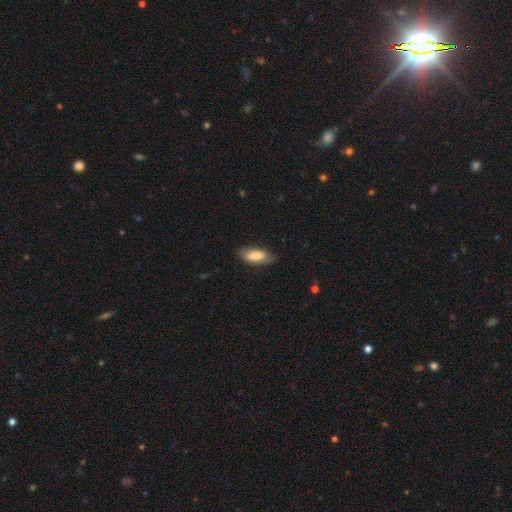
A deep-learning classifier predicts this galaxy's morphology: This appears to be a smooth galaxy with no disk features (75%) that is in between round and cigar-shaped (78%). Merging: none (76%).